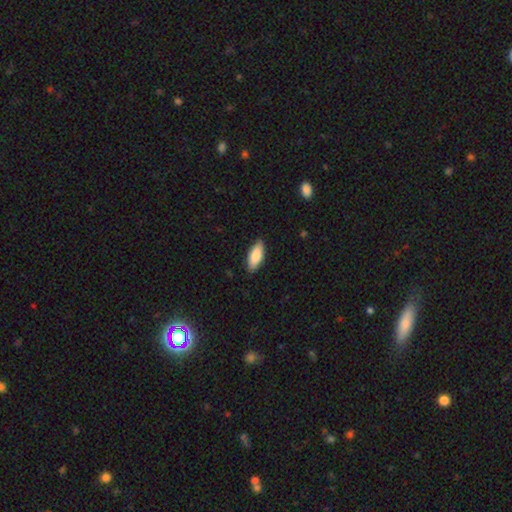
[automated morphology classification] smooth 85%, featured or disk 10%, star or artifact 5%. Down the decision tree: how rounded — in between (81%); merging — none (87%).